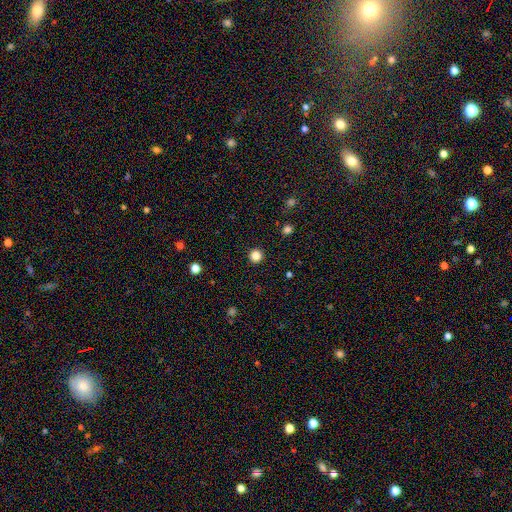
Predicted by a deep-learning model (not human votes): smooth-or-featured: smooth: 84% | star or artifact: 13% | featured or disk: 3%
  how-rounded: round: 96% | in between: 3% | cigar-shaped: 1%
  merging: none: 93% | minor disturbance: 4% | major disturbance: 2% | merger: 1%